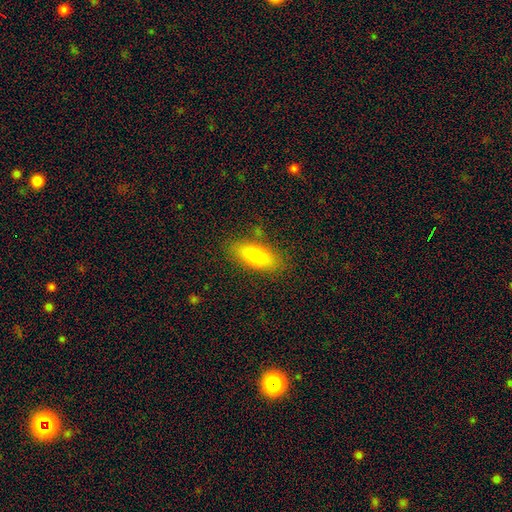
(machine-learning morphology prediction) This is likely a smooth galaxy (73%). How rounded: likely in between (76%). Merging: clearly none (83%).